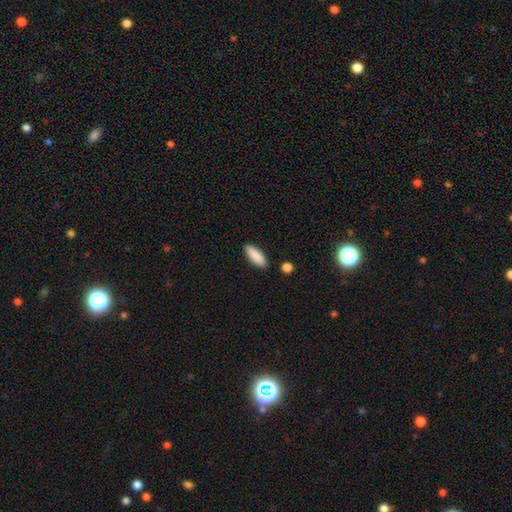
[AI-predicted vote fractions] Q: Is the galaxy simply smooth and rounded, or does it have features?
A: smooth — 88%.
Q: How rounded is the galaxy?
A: in between — 55%.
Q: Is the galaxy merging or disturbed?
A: none — 87%.